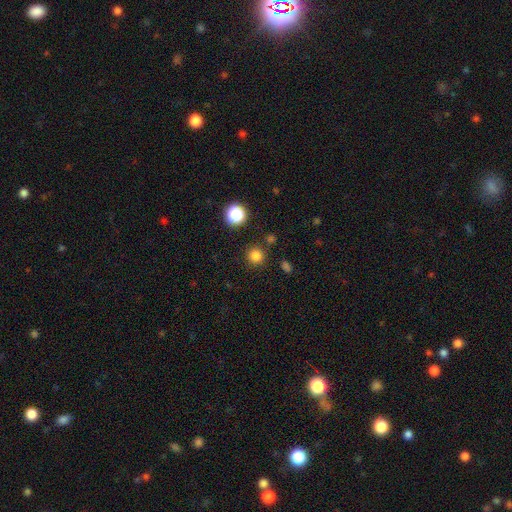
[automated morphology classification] A smooth galaxy with no disk features (81%) that is round (94%). Merging: none (87%).